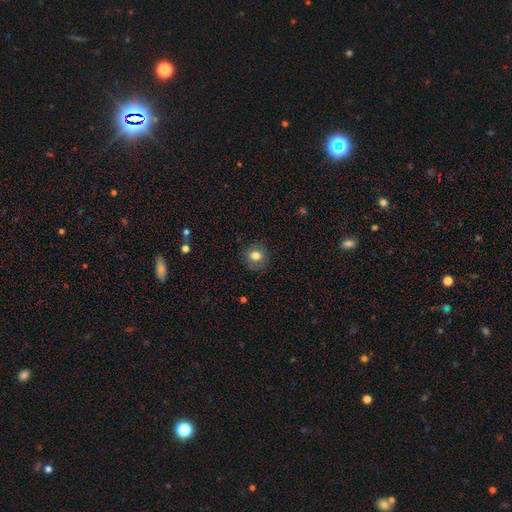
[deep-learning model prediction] Morphology: type=smooth (79%); roundness=round (87%); merging=none (87%).